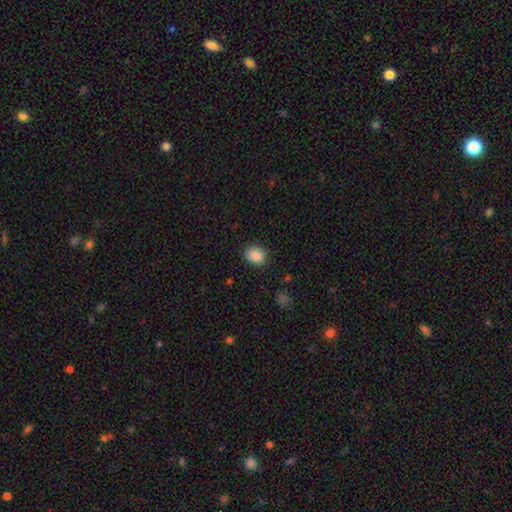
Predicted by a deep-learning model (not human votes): Smooth or featured? smooth (87%)
How rounded? round (54%)
Merging? none (84%)